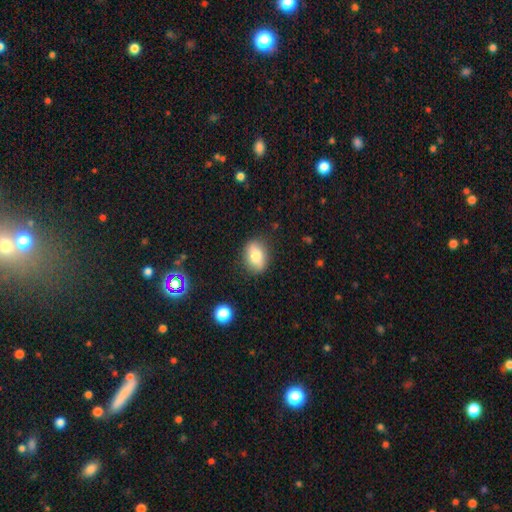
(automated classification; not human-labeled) smooth_or_featured: smooth (p=0.75) [alt: featured or disk p=0.17]
how_rounded: in between (p=0.72) [alt: round p=0.25]
merging: none (p=0.83) [alt: minor disturbance p=0.12]